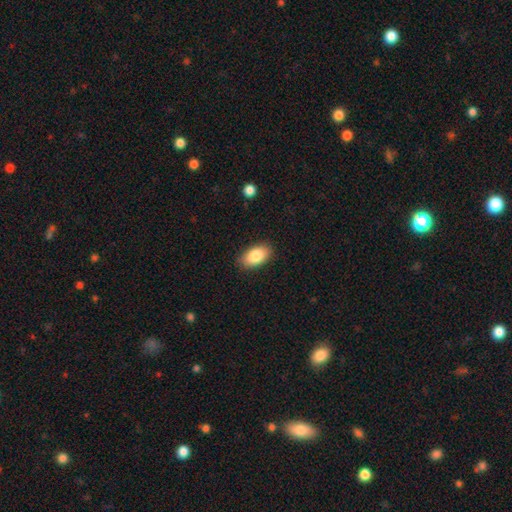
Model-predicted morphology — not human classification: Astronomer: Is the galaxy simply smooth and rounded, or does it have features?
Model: smooth — 85%.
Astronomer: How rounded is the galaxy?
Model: in between — 93%.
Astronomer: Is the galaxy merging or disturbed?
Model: none — 88%.